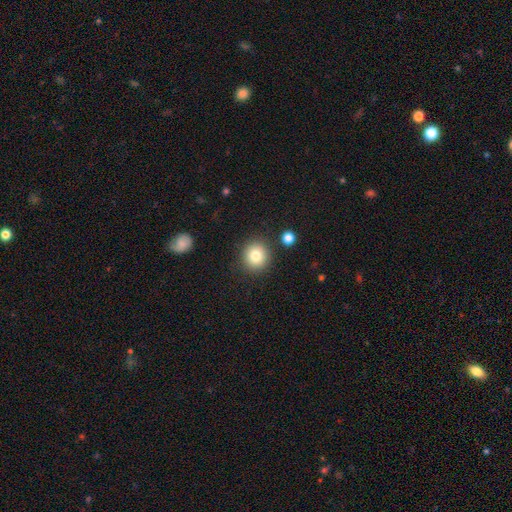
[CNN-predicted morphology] A smooth galaxy with no disk features (82%) that is round (88%). Merging: none (86%).